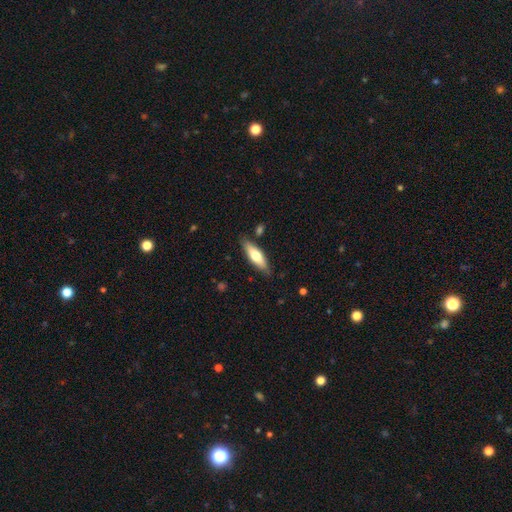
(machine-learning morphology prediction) This appears to be a smooth galaxy with no disk features (60%) that is cigar-shaped (54%). Merging: none (83%).